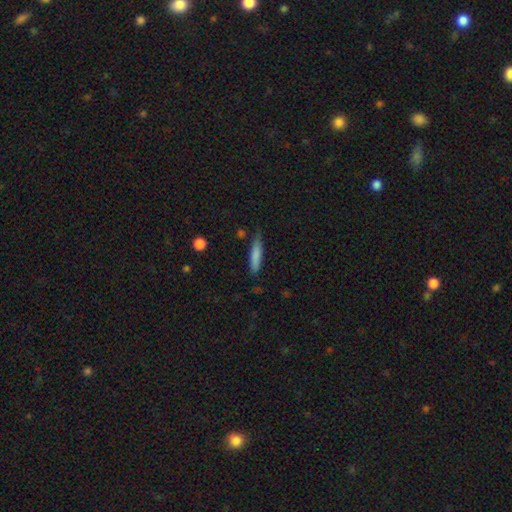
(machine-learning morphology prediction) Smooth or featured? Predicted: smooth (p=0.78). How rounded? Predicted: cigar-shaped (p=0.83). Merging? Predicted: none (p=0.67).